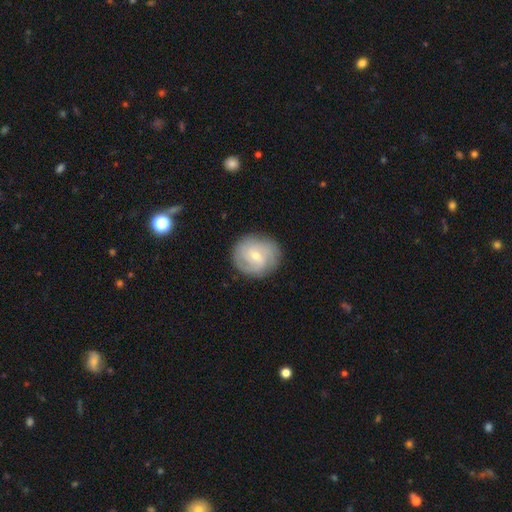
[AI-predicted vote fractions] Q: Smooth or featured?
A: featured or disk (75%); runner-up: smooth (19%)
Q: Edge-on disk?
A: no (98%); runner-up: yes (2%)
Q: Bar?
A: weak (46%); tied with: no (46%)
Q: Spiral arms?
A: yes (95%); runner-up: no (5%)
Q: Spiral winding?
A: tight (62%); runner-up: medium (31%)
Q: Spiral arm count?
A: 3 (30%); runner-up: can't tell (25%)
Q: Bulge size?
A: small (58%); runner-up: moderate (39%)
Q: Merging?
A: none (85%); runner-up: minor disturbance (11%)